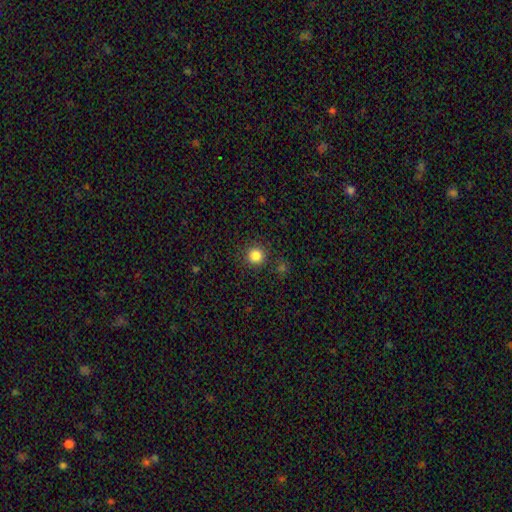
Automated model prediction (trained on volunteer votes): The model was most divided on "smooth or featured": smooth: 85%, star or artifact: 11%, featured or disk: 4%. More confident: how rounded — round (94%); merging — none (88%).